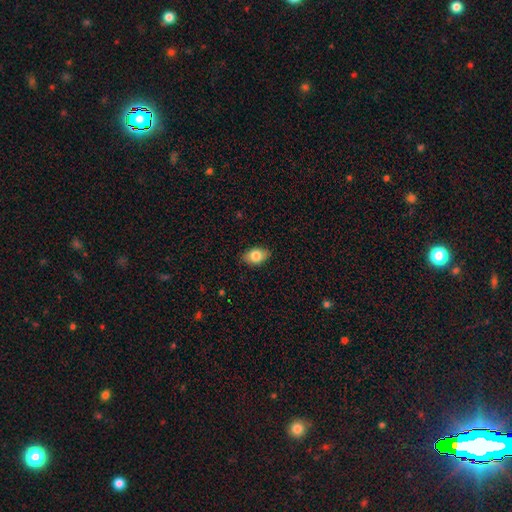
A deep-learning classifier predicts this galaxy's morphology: This appears to be a smooth galaxy with no disk features (82%) that is in between round and cigar-shaped (85%). Merging: none (86%).